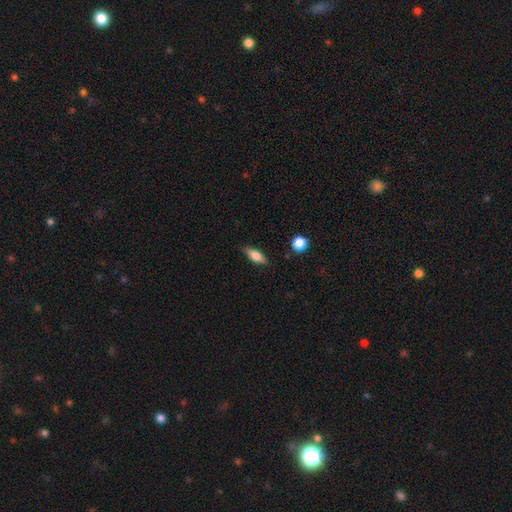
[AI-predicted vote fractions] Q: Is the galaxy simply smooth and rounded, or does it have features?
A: smooth — 73%.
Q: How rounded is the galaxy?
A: in between — 69%.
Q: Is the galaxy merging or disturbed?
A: none — 83%.